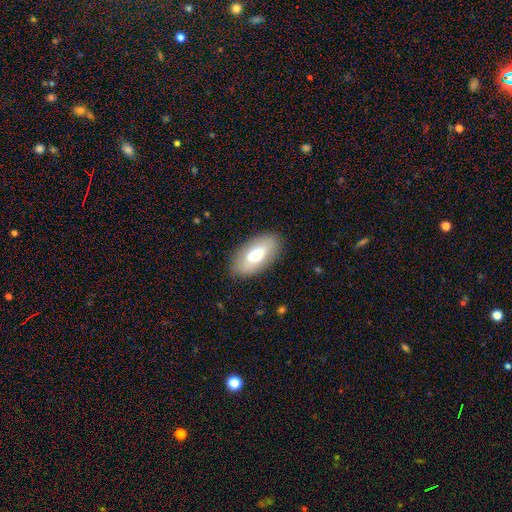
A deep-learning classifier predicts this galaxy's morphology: Smooth or featured? Predicted: smooth (p=0.65). How rounded? Predicted: in between (p=0.92). Merging? Predicted: none (p=0.84).